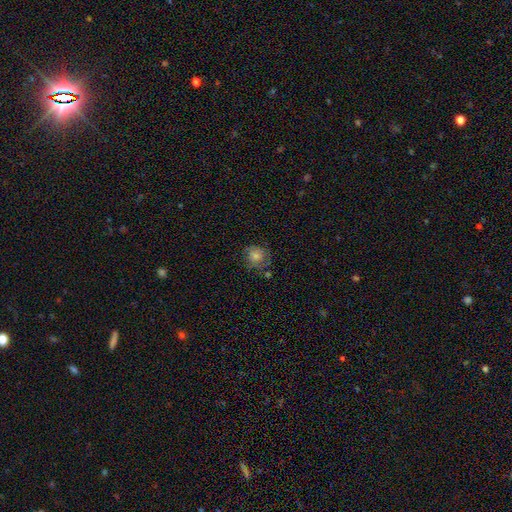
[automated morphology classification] smooth 47%, featured or disk 38%, star or artifact 15%. Down the decision tree: merging — none (71%).